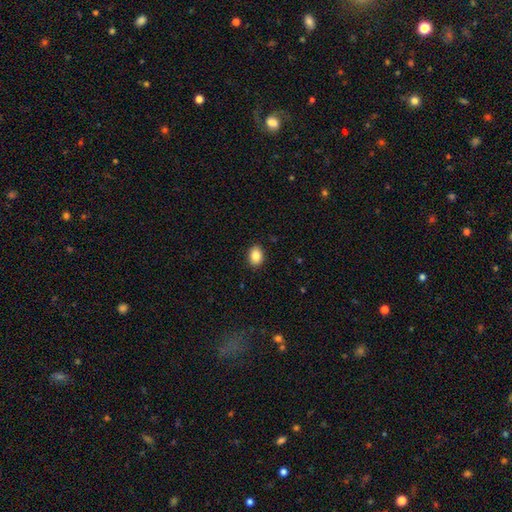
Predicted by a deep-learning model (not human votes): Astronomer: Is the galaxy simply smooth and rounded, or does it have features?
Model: smooth — 87%.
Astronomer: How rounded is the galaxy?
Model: in between — 70%.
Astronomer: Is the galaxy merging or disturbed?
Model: none — 89%.